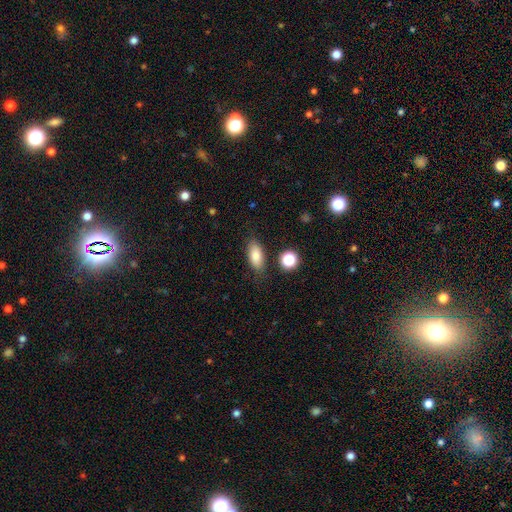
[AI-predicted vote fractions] A smooth galaxy with no disk features (82%) that is in between round and cigar-shaped (84%).

Vote fractions:
- Smooth or featured? smooth: 82% / featured or disk: 10% / star or artifact: 8%
- How rounded? in between: 84% / cigar-shaped: 11% / round: 5%
- Merging? none: 82% / minor disturbance: 12% / merger: 3% / major disturbance: 3%